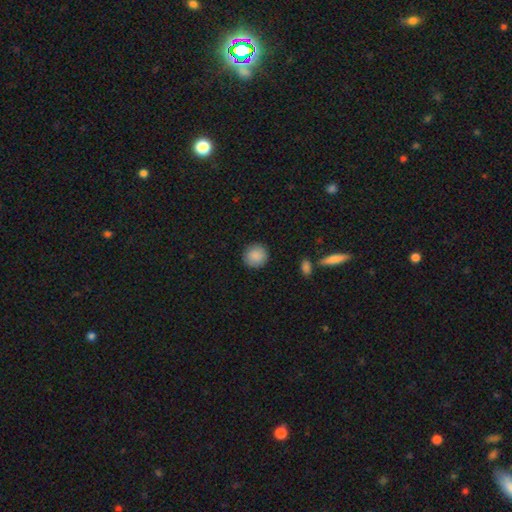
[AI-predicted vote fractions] Morphology: type=smooth (88%); roundness=round (90%); merging=none (90%).